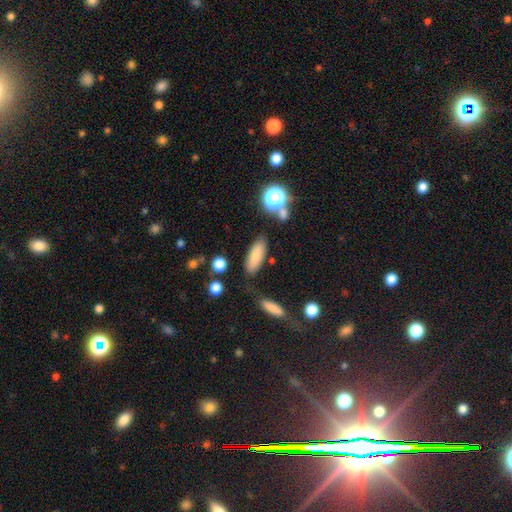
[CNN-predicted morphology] Smooth or featured? Predicted: smooth (p=0.81). How rounded? Predicted: in between (p=0.64). Merging? Predicted: none (p=0.75).